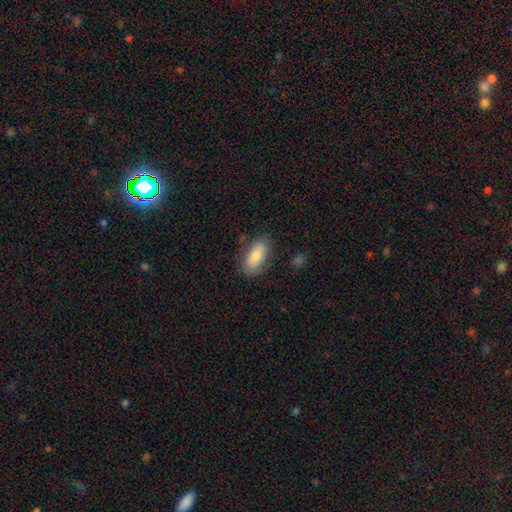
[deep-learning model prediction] Smooth or featured? Predicted: smooth (p=0.76). How rounded? Predicted: in between (p=0.89). Merging? Predicted: none (p=0.80).